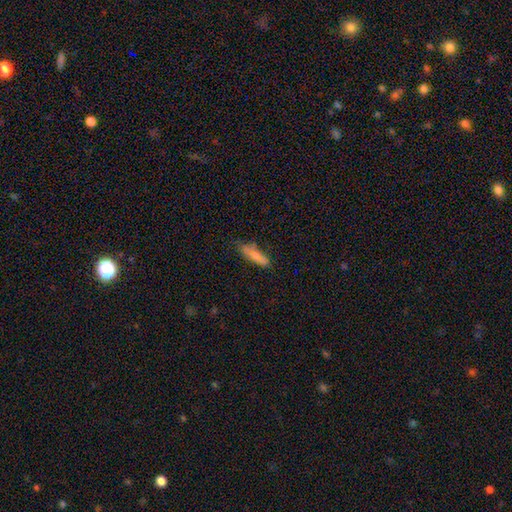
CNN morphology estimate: Q: Smooth or featured?
A: smooth (78%); runner-up: featured or disk (15%)
Q: How rounded?
A: cigar-shaped (59%); runner-up: in between (39%)
Q: Merging?
A: none (63%); runner-up: minor disturbance (28%)